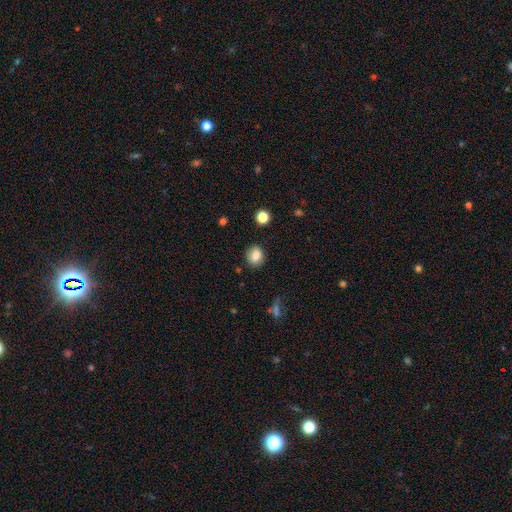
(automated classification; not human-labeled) Smooth or featured? Predicted: smooth (p=0.84). How rounded? Predicted: round (p=0.63). Merging? Predicted: none (p=0.84).